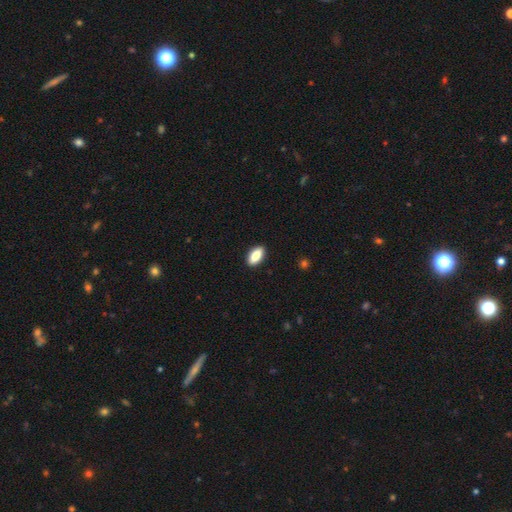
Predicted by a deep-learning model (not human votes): Smooth or featured? Predicted: smooth (p=0.85). How rounded? Predicted: in between (p=0.88). Merging? Predicted: none (p=0.90).